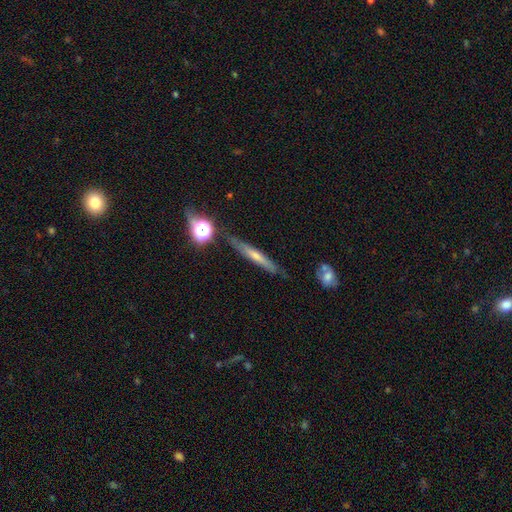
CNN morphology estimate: Smooth or featured: featured or disk — 67% (smooth — 21%)
Edge-on disk: yes — 95% (no — 5%)
Edge-on bulge: rounded — 75% (none — 17%)
Merging: none — 83% (minor disturbance — 10%)